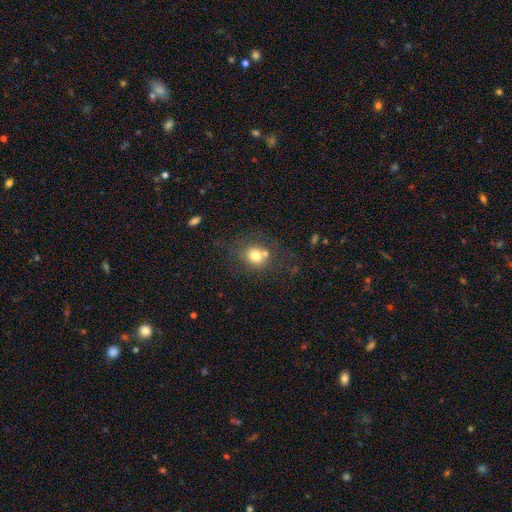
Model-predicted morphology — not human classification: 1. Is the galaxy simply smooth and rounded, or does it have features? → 75% smooth, 13% featured or disk, 12% star or artifact.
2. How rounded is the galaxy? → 77% round, 22% in between, 1% cigar-shaped.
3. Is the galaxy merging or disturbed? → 58% none, 21% merger, 14% minor disturbance, 6% major disturbance.